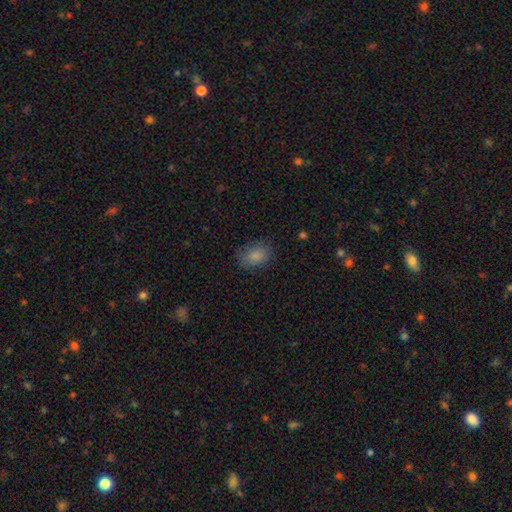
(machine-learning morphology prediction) Smooth or featured: smooth — 85% (star or artifact — 9%)
How rounded: in between — 71% (round — 28%)
Merging: none — 77% (minor disturbance — 17%)